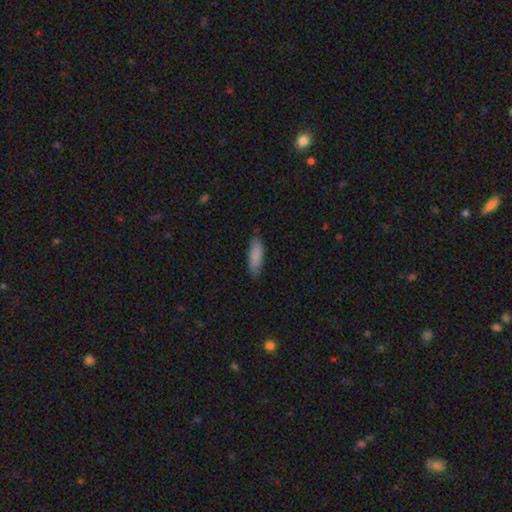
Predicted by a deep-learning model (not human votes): Q: Smooth or featured?
A: smooth (85%); runner-up: featured or disk (9%)
Q: How rounded?
A: in between (53%); runner-up: cigar-shaped (45%)
Q: Merging?
A: none (83%); runner-up: minor disturbance (14%)